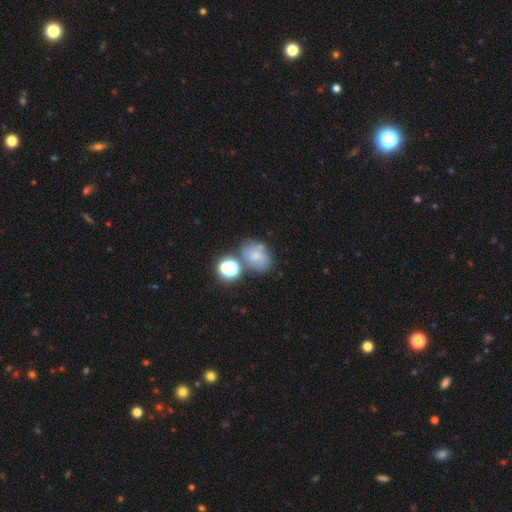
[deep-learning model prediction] smooth_or_featured: smooth (p=0.51) [alt: featured or disk p=0.29]
how_rounded: in between (p=0.54) [alt: round p=0.45]
merging: none (p=0.53) [alt: minor disturbance p=0.20]